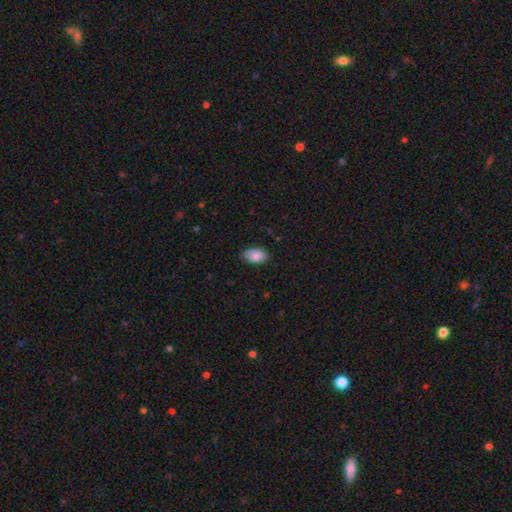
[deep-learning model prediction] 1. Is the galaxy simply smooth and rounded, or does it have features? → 88% smooth, 7% star or artifact, 5% featured or disk.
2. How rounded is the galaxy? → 92% in between, 7% round, 1% cigar-shaped.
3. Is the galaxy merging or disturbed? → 84% none, 13% minor disturbance, 2% major disturbance, 1% merger.